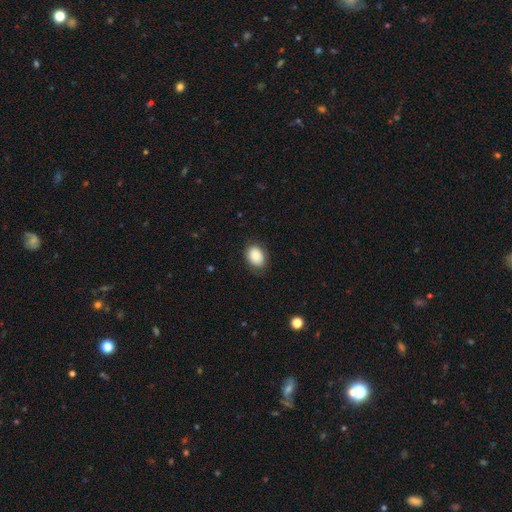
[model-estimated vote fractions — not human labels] smooth_or_featured: smooth (p=0.86) [alt: star or artifact p=0.08]
how_rounded: in between (p=0.75) [alt: round p=0.24]
merging: none (p=0.79) [alt: minor disturbance p=0.16]